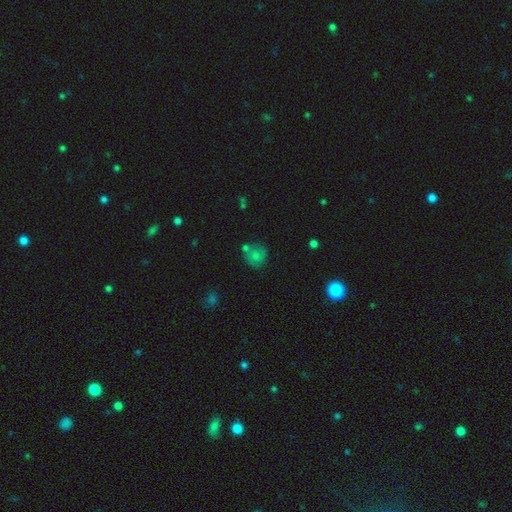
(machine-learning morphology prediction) type=smooth (73%); roundness=round (82%); merging=none (55%).